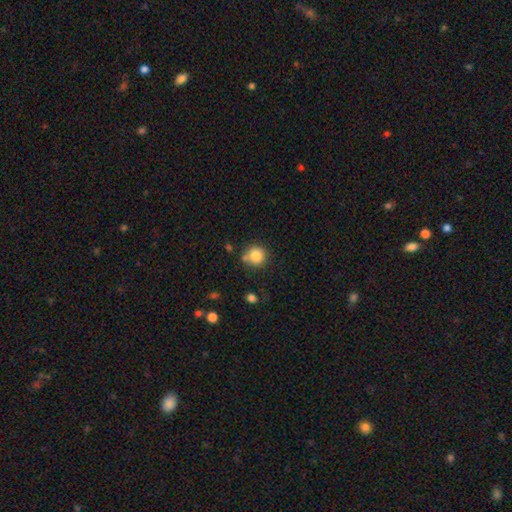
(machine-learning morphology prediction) Overall: smooth (83%). How rounded: round (93%). Merging: none (73%).